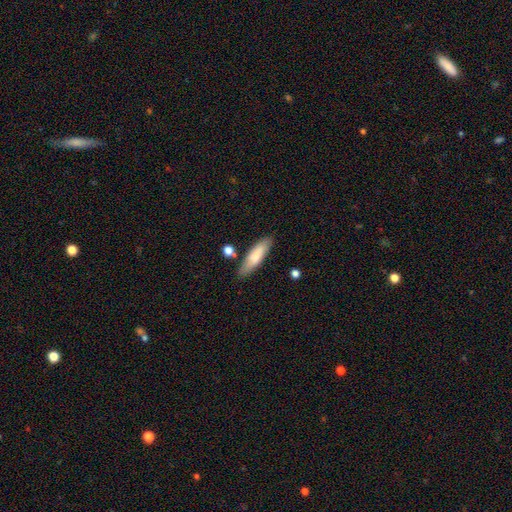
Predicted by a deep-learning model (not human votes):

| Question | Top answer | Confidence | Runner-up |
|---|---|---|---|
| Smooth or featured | smooth | 78% | featured or disk (16%) |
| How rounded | cigar-shaped | 62% | in between (37%) |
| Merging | none | 80% | minor disturbance (13%) |